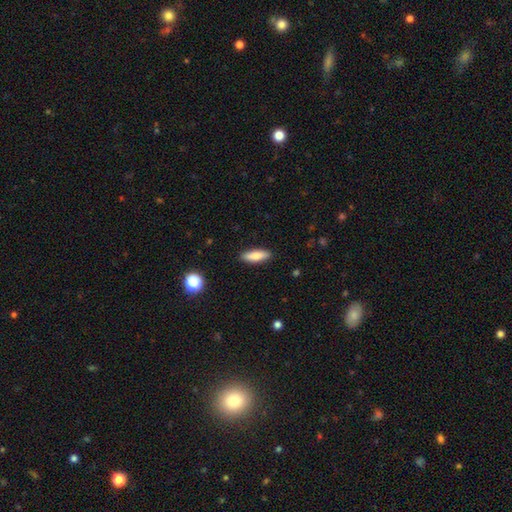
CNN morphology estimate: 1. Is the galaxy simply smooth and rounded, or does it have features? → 80% smooth, 14% featured or disk, 7% star or artifact.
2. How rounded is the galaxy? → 49% in between (tied), 49% cigar-shaped (tied), 2% round.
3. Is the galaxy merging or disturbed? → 89% none, 8% minor disturbance, 2% major disturbance, 1% merger.